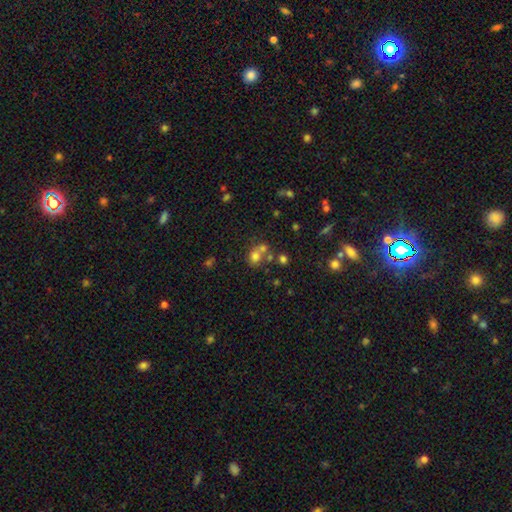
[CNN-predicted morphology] Overall: smooth (67%). How rounded: round (72%). Merging: none (44%; merger 42%).